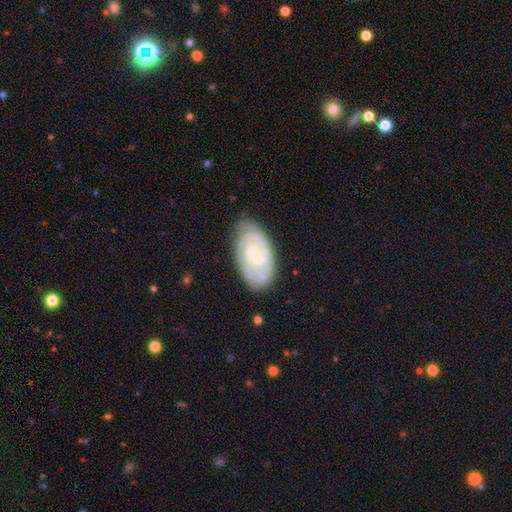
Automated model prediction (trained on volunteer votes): Overall: featured or disk (77%). Edge-on disk: no (97%). Bar: no (53%; weak 40%). Spiral arms: yes (95%). Spiral arm count: 2 (51%; can't tell 26%). Spiral winding: tight (68%). Bulge size: small (70%). Merging: none (80%).